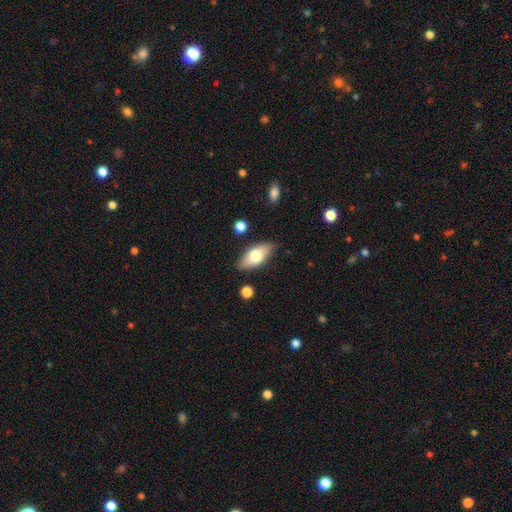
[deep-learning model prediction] The model was most divided on "smooth or featured": smooth: 69%, featured or disk: 25%, star or artifact: 6%. More confident: how rounded — in between (85%); merging — none (85%).